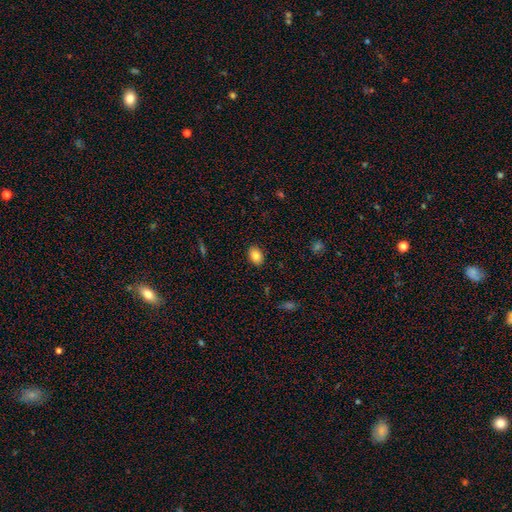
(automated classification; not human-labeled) Smooth or featured? smooth (85%)
How rounded? in between (80%)
Merging? none (88%)